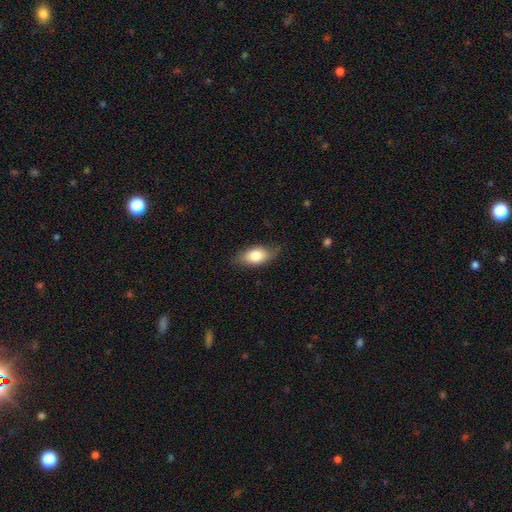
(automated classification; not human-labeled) A smooth galaxy with no disk features (77%) that is in between round and cigar-shaped (88%).

Vote fractions:
- Smooth or featured? smooth: 77% / featured or disk: 16% / star or artifact: 7%
- How rounded? in between: 88% / round: 7% / cigar-shaped: 5%
- Merging? none: 75% / minor disturbance: 20% / major disturbance: 4% / merger: 1%